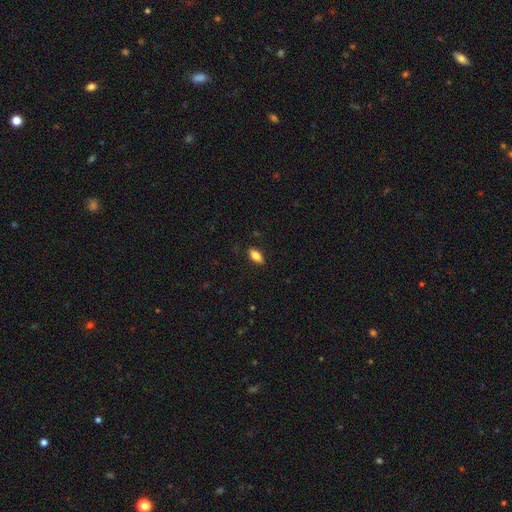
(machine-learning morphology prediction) A smooth galaxy with no disk features (76%) that is in between round and cigar-shaped (85%). Merging: none (84%).